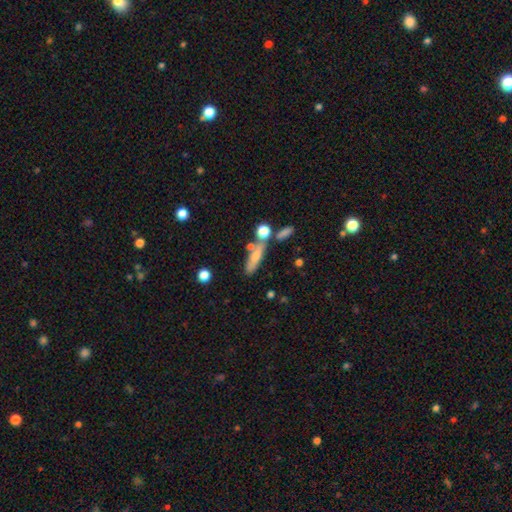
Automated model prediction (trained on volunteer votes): This appears to be a smooth galaxy with no disk features (67%) that is cigar-shaped (63%). Merging: none (56%).